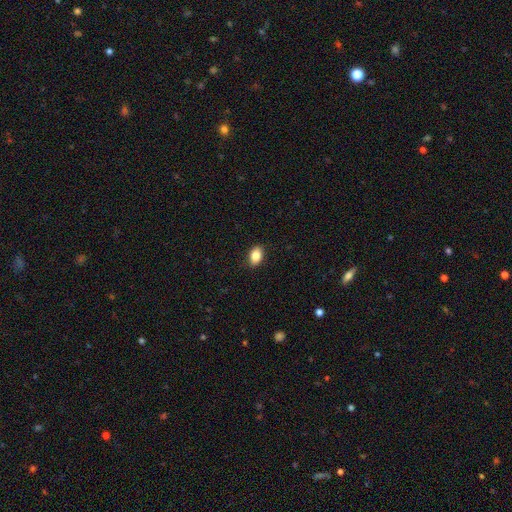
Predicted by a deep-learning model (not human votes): smooth-or-featured: smooth: 86% | star or artifact: 8% | featured or disk: 6%
  how-rounded: in between: 86% | round: 13% | cigar-shaped: 2%
  merging: none: 89% | minor disturbance: 9% | major disturbance: 2% | merger: 1%